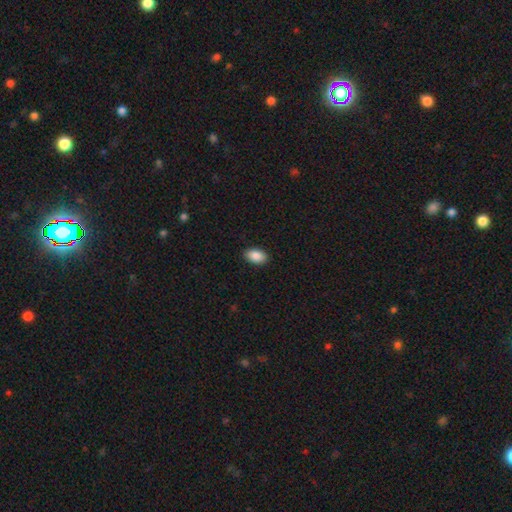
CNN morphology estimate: A smooth galaxy with no disk features (89%) that is in between round and cigar-shaped (92%).

Vote fractions:
- Smooth or featured? smooth: 89% / star or artifact: 7% / featured or disk: 4%
- How rounded? in between: 92% / round: 7% / cigar-shaped: 1%
- Merging? none: 89% / minor disturbance: 8% / major disturbance: 2% / merger: 1%